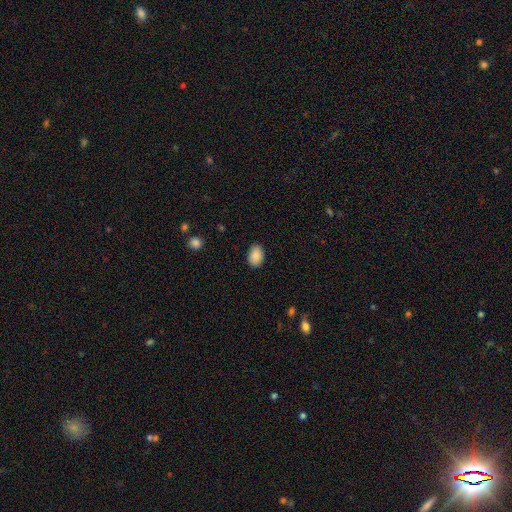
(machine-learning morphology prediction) Smooth or featured?
  - smooth: 88% *
  - star or artifact: 7%
  - featured or disk: 5%
How rounded?
  - in between: 85% *
  - round: 14%
  - cigar-shaped: 1%
Merging?
  - none: 87% *
  - minor disturbance: 10%
  - major disturbance: 2%
  - merger: 1%